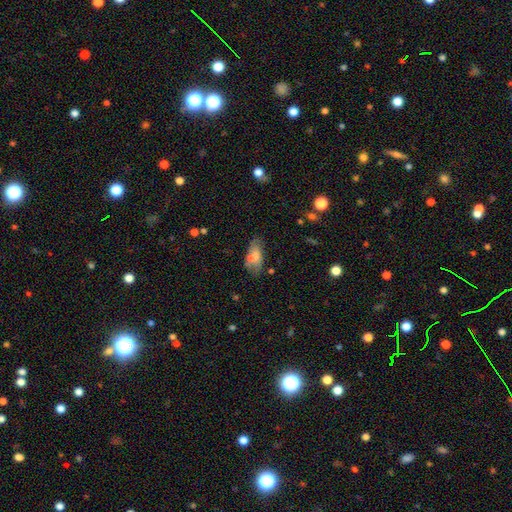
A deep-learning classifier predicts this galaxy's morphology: Smooth or featured? smooth (63%)
How rounded? in between (84%)
Merging? none (57%)